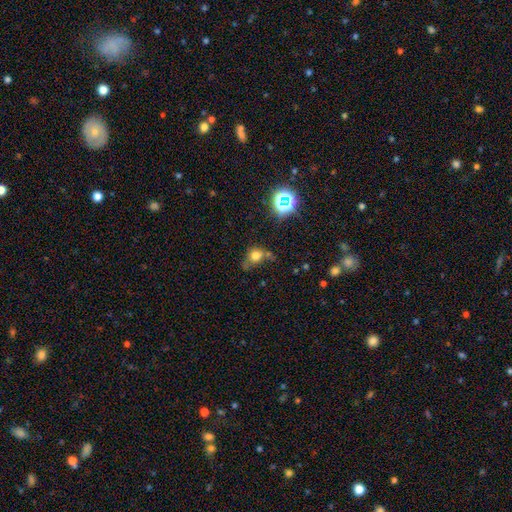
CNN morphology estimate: A smooth galaxy with no disk features (68%) that is round (67%). Merging: none (43%).